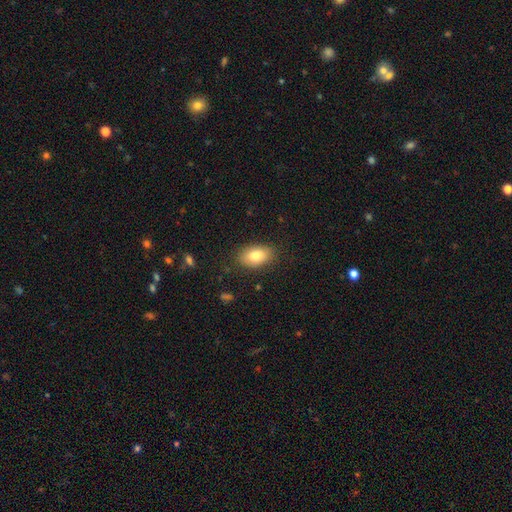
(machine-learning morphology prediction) Overall: smooth (81%). How rounded: in between (90%). Merging: none (84%).